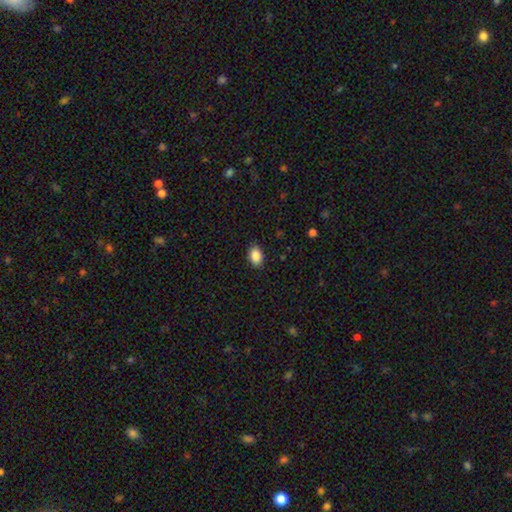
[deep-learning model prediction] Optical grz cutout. It shows a smooth galaxy with no disk features (88%) that is in between round and cigar-shaped (84%). Merging: none (88%).